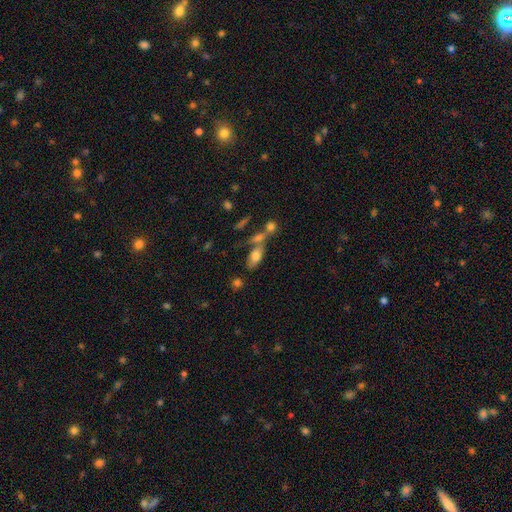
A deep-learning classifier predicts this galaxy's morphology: type=smooth (70%); roundness=in between (84%); merging=none (43%).